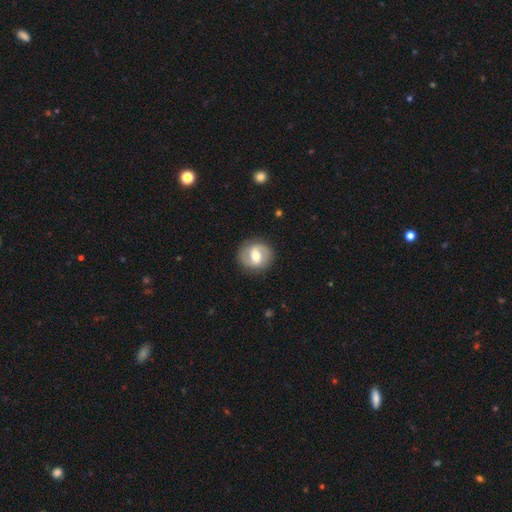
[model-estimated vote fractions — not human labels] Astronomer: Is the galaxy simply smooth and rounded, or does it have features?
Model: featured or disk — 62%.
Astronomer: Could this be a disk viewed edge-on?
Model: no — 96%.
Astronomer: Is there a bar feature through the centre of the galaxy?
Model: weak — 49% (runner-up: strong, 30%).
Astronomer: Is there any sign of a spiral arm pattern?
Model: yes — 76%.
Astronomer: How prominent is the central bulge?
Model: moderate — 72%.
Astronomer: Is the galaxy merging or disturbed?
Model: none — 86%.